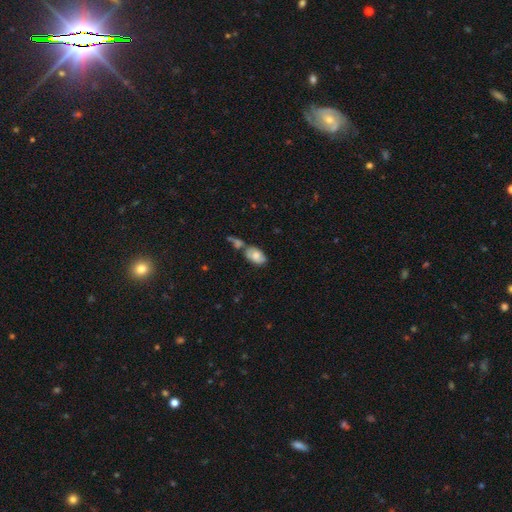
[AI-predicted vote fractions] This appears to be a smooth galaxy with no disk features (73%) that is in between round and cigar-shaped (91%). Merging: none (39%).